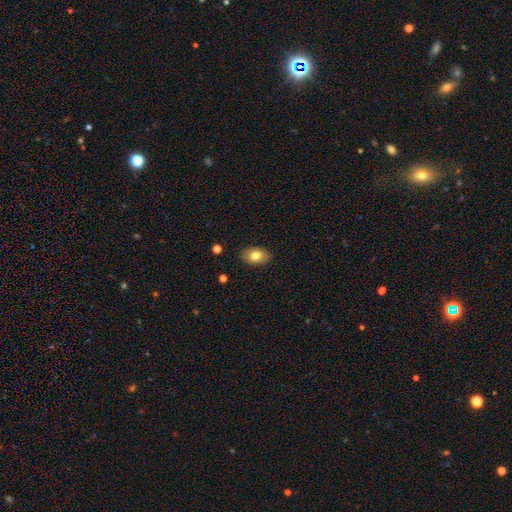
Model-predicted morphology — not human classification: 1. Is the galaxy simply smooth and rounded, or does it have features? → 78% smooth, 14% featured or disk, 8% star or artifact.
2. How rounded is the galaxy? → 86% in between, 13% round, 1% cigar-shaped.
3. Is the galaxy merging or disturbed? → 88% none, 9% minor disturbance, 2% major disturbance, 1% merger.